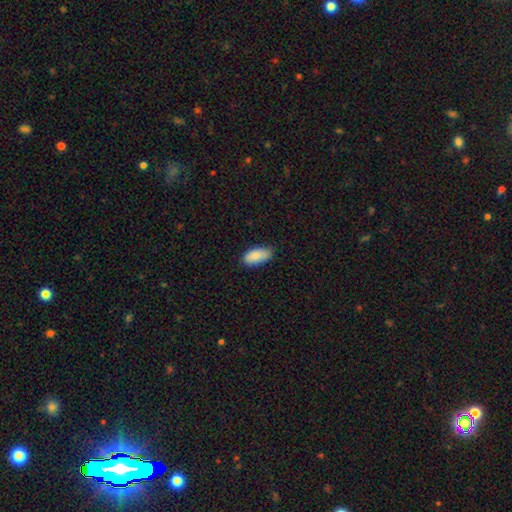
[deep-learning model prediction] smooth_or_featured: smooth (p=0.88) [alt: star or artifact p=0.06]
how_rounded: in between (p=0.92) [alt: cigar-shaped p=0.06]
merging: none (p=0.77) [alt: minor disturbance p=0.19]